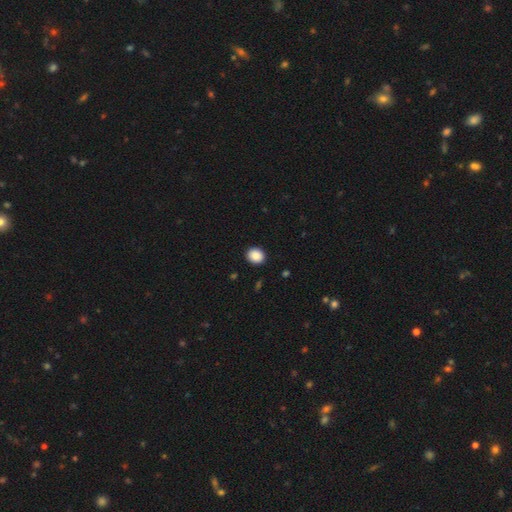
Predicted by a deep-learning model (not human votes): smooth-or-featured: smooth: 89% | star or artifact: 9% | featured or disk: 3%
  how-rounded: round: 70% | in between: 29% | cigar-shaped: 1%
  merging: none: 91% | minor disturbance: 6% | major disturbance: 2% | merger: 1%